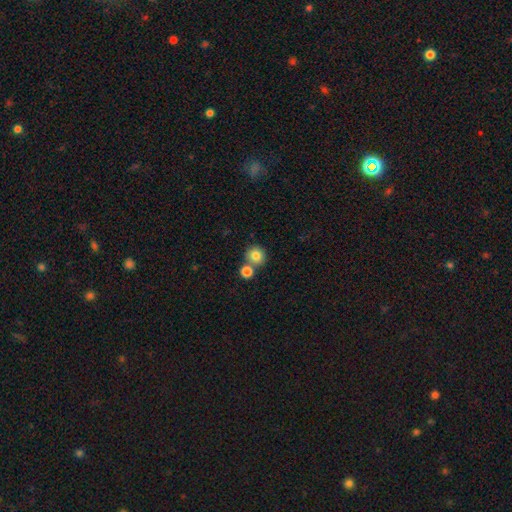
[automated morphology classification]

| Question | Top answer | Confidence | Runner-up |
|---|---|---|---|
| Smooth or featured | smooth | 81% | star or artifact (10%) |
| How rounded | round | 90% | in between (9%) |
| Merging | none | 61% | merger (28%) |